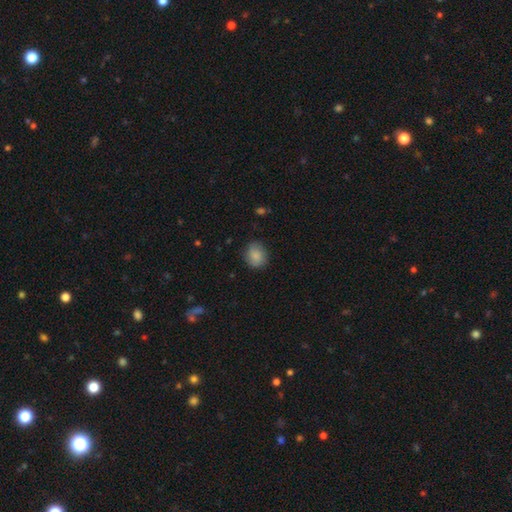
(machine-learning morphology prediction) Smooth or featured: smooth — 86% (star or artifact — 8%)
How rounded: round — 64% (in between — 35%)
Merging: none — 83% (minor disturbance — 13%)